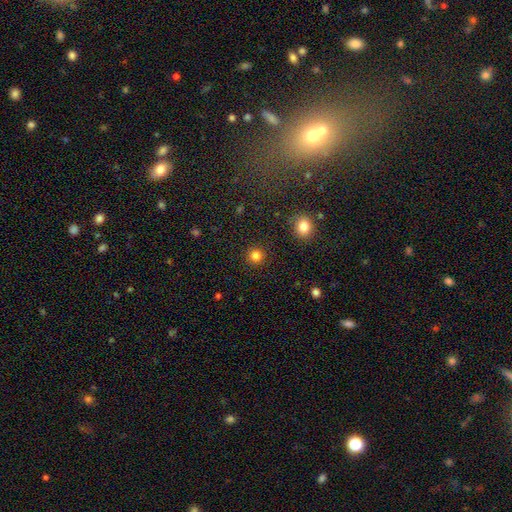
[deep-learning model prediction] This appears to be a smooth galaxy with no disk features (83%) that is round (94%). Merging: none (92%).